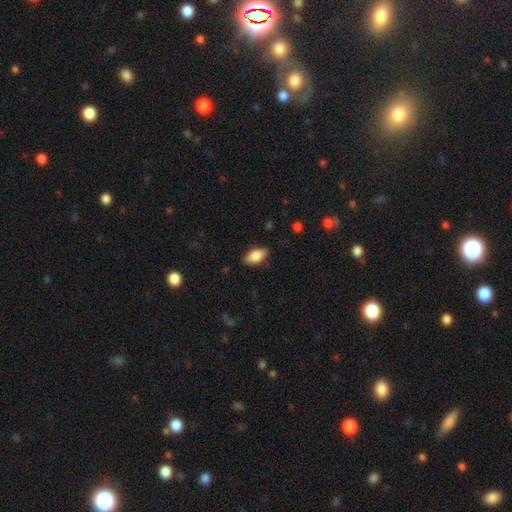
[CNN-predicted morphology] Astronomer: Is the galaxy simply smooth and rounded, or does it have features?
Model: smooth — 84%.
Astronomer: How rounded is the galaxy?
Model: in between — 91%.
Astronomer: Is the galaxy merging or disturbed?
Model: none — 85%.